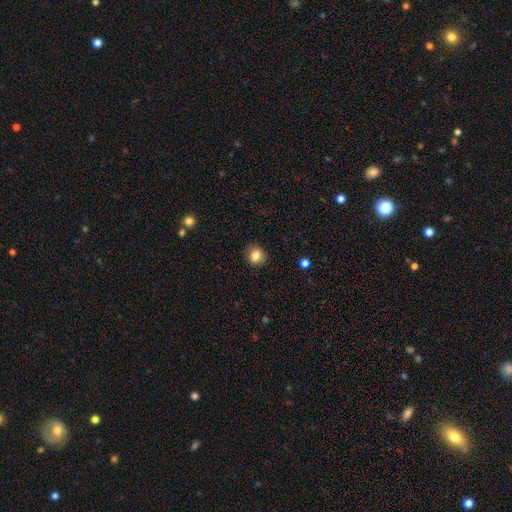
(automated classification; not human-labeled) Smooth or featured?
  - smooth: 83% *
  - star or artifact: 10%
  - featured or disk: 8%
How rounded?
  - round: 74% *
  - in between: 25%
  - cigar-shaped: 1%
Merging?
  - none: 89% *
  - minor disturbance: 8%
  - major disturbance: 2%
  - merger: 1%